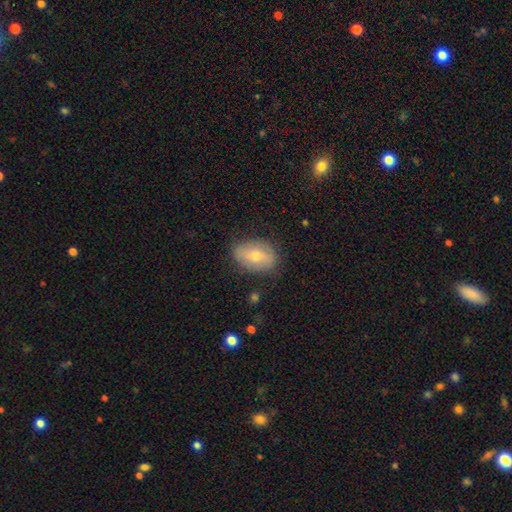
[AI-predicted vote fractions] A smooth galaxy with no disk features (60%) that is in between round and cigar-shaped (83%). Merging: none (77%).